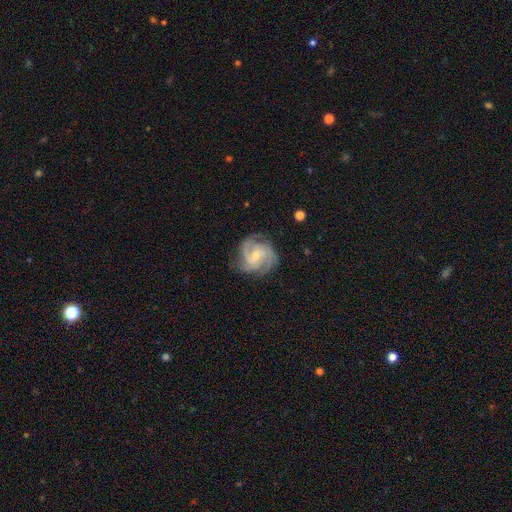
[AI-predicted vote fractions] Morphology: type=featured or disk (91%); edge-on=no (98%); bar=no (50%); spiral arms=yes (99%); winding=tight (58%); arm count=3 (55%); bulge=small (59%); merging=none (79%).